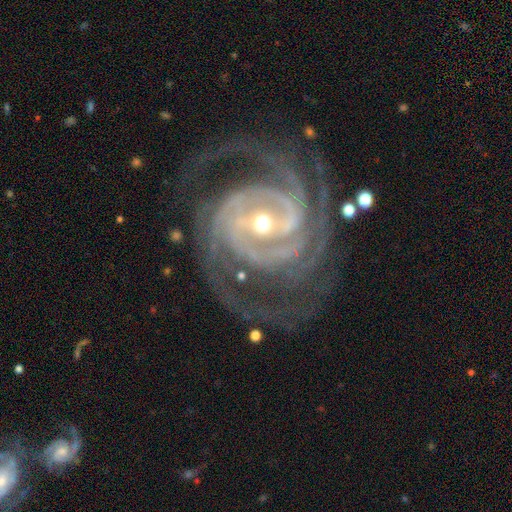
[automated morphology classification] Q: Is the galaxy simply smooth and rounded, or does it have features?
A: featured or disk — 93%.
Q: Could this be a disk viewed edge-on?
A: no — 98%.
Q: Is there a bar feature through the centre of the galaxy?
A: strong — 44%.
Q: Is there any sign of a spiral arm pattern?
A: yes — 99%.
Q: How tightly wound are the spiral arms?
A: tight — 66%.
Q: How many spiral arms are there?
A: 3 — 31%.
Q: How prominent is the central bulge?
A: small — 50%.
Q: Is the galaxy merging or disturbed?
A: none — 73%.